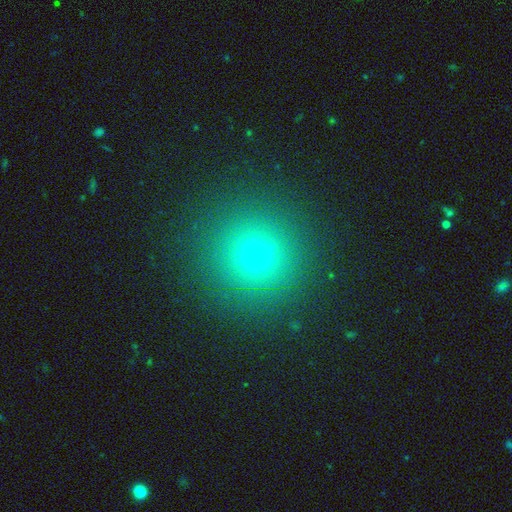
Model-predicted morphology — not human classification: Smooth or featured? smooth (67%)
How rounded? round (94%)
Merging? none (89%)